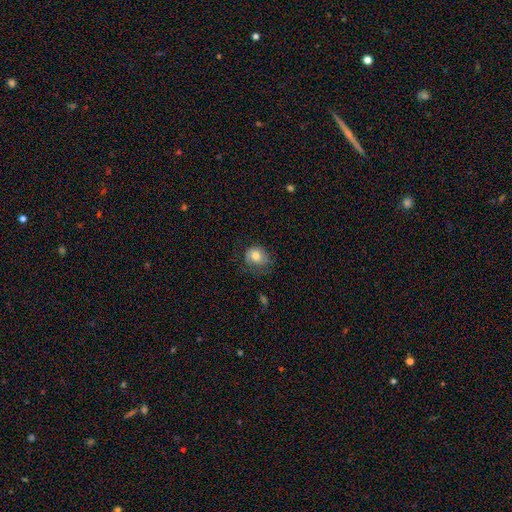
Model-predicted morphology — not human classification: Smooth or featured?
  - smooth: 73% *
  - featured or disk: 18%
  - star or artifact: 9%
How rounded?
  - round: 69% *
  - in between: 30%
  - cigar-shaped: 1%
Merging?
  - none: 51% *
  - minor disturbance: 28%
  - major disturbance: 19%
  - merger: 1%